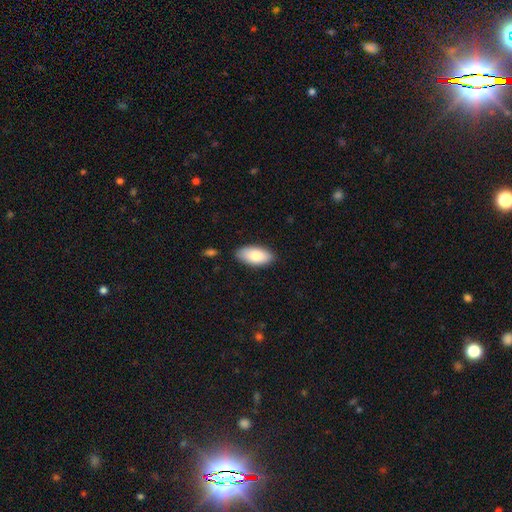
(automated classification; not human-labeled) Smooth or featured? Predicted: smooth (p=0.84). How rounded? Predicted: in between (p=0.92). Merging? Predicted: none (p=0.87).